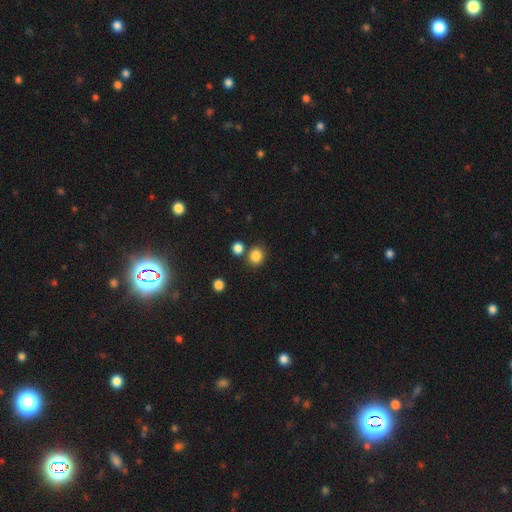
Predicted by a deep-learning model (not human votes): The model was most divided on "how rounded": round: 75%, in between: 24%, cigar-shaped: 1%. More confident: smooth or featured — smooth (85%); merging — none (74%).